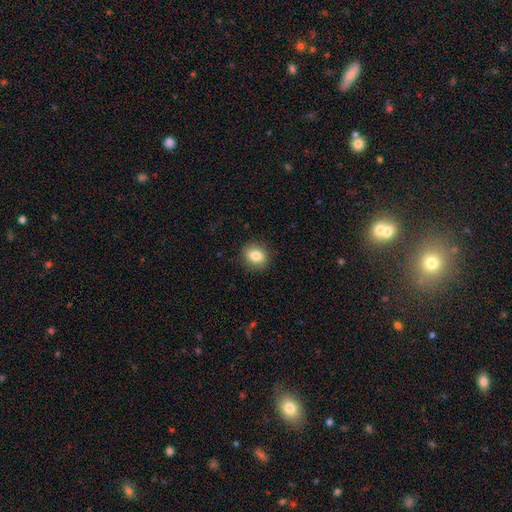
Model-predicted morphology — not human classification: Smooth or featured?
  - smooth: 82% *
  - featured or disk: 9%
  - star or artifact: 9%
How rounded?
  - round: 54% *
  - in between: 45%
  - cigar-shaped: 1%
Merging?
  - none: 88% *
  - minor disturbance: 9%
  - major disturbance: 2%
  - merger: 1%